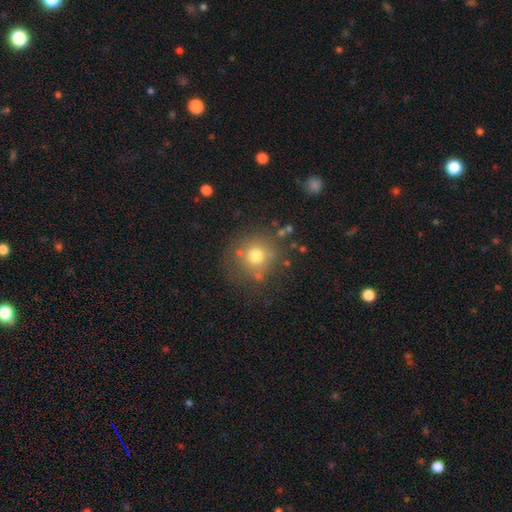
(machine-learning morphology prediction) Smooth or featured: smooth — 72% (star or artifact — 15%)
How rounded: round — 90% (in between — 9%)
Merging: none — 72% (minor disturbance — 15%)